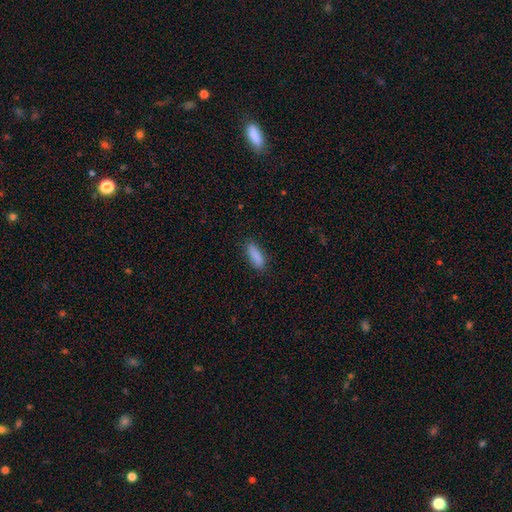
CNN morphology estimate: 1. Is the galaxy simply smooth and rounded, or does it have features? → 89% smooth, 7% star or artifact, 4% featured or disk.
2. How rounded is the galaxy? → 60% in between, 38% cigar-shaped, 2% round.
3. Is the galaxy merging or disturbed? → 84% none, 12% minor disturbance, 3% major disturbance, 1% merger.